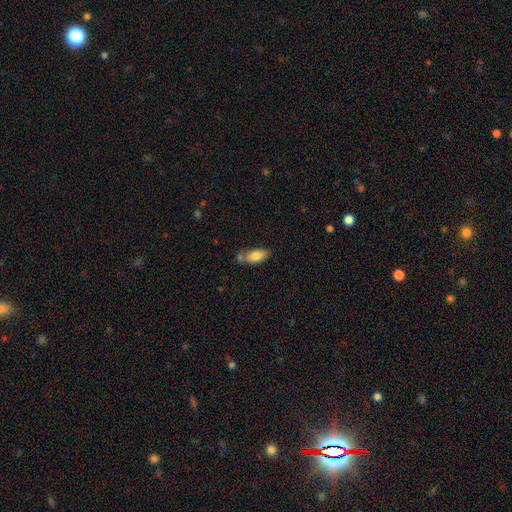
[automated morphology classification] This appears to be a smooth galaxy with no disk features (78%) that is in between round and cigar-shaped (87%). Merging: none (51%).